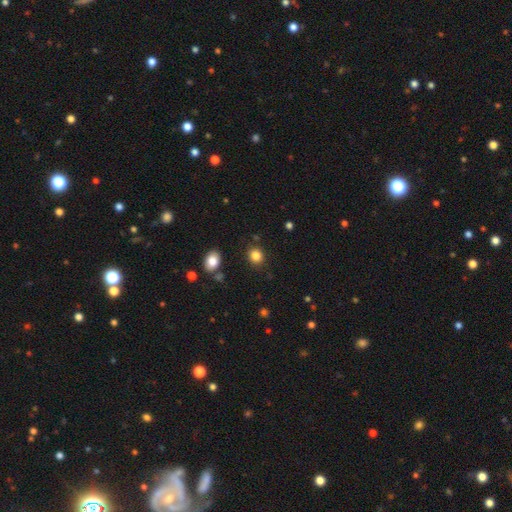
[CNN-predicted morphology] smooth-or-featured: smooth: 85% | star or artifact: 11% | featured or disk: 5%
  how-rounded: round: 73% | in between: 26% | cigar-shaped: 1%
  merging: none: 86% | minor disturbance: 9% | merger: 3% | major disturbance: 3%